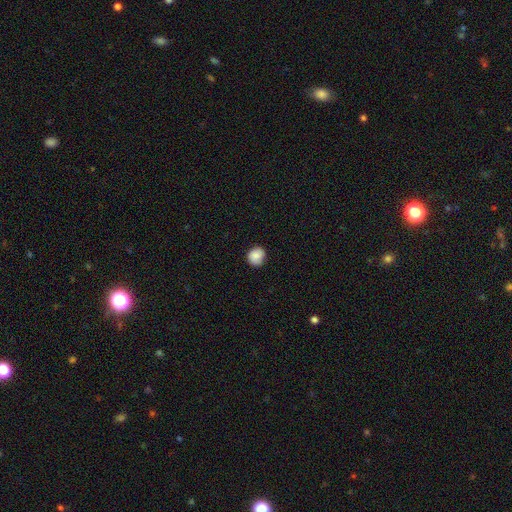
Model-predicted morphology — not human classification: Smooth or featured? Predicted: smooth (p=0.87). How rounded? Predicted: round (p=0.83). Merging? Predicted: none (p=0.82).